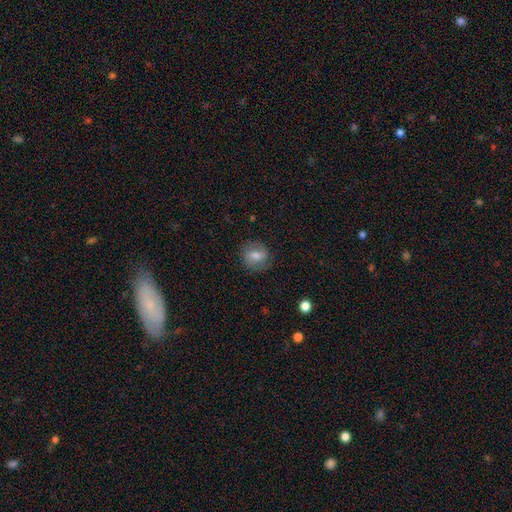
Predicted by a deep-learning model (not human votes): Smooth or featured: smooth — 61% (featured or disk — 29%)
How rounded: round — 70% (in between — 28%)
Merging: none — 82% (minor disturbance — 13%)